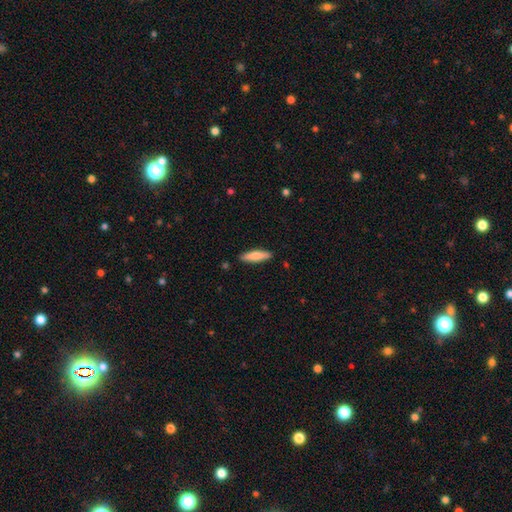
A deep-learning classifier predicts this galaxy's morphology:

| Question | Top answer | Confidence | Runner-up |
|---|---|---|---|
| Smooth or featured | smooth | 77% | featured or disk (17%) |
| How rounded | cigar-shaped | 70% | in between (29%) |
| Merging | none | 89% | minor disturbance (8%) |